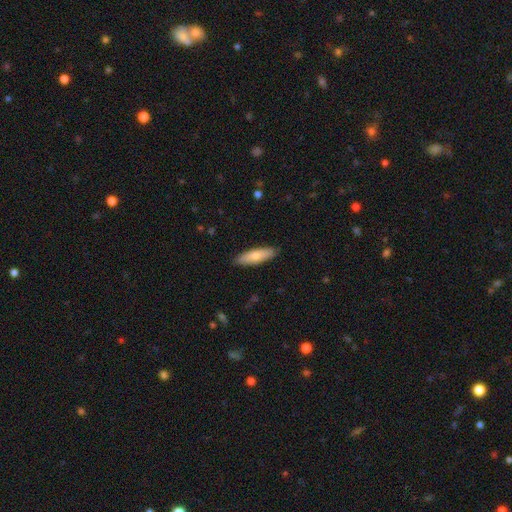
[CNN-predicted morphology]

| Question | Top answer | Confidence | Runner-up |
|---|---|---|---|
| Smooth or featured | smooth | 73% | featured or disk (22%) |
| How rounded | cigar-shaped | 59% | in between (39%) |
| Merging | none | 88% | minor disturbance (9%) |